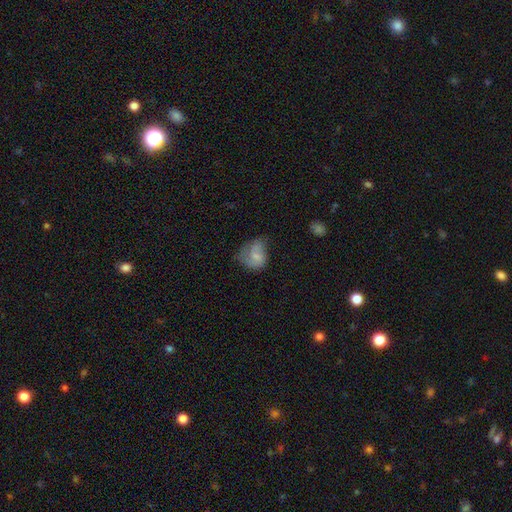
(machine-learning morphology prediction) smooth_or_featured: smooth (p=0.60) [alt: featured or disk p=0.32]
how_rounded: in between (p=0.51) [alt: round p=0.48]
merging: minor disturbance (p=0.34) [tied with: none p=0.34]